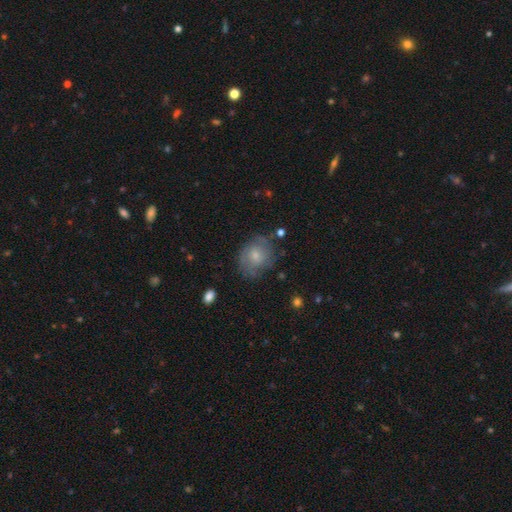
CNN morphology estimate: type=smooth (49%); merging=none (61%).